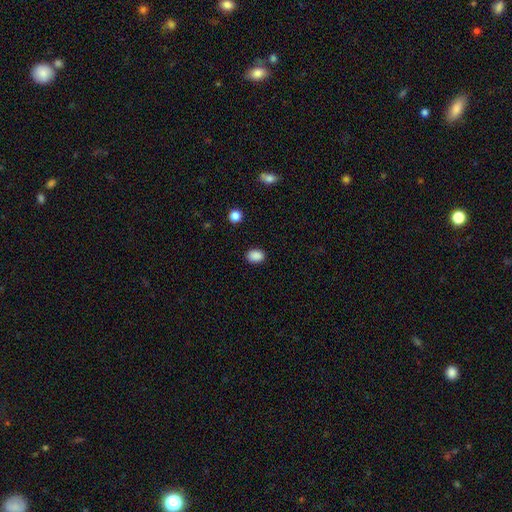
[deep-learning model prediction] Q: Smooth or featured?
A: smooth (88%); runner-up: star or artifact (9%)
Q: How rounded?
A: in between (73%); runner-up: round (26%)
Q: Merging?
A: none (88%); runner-up: minor disturbance (8%)